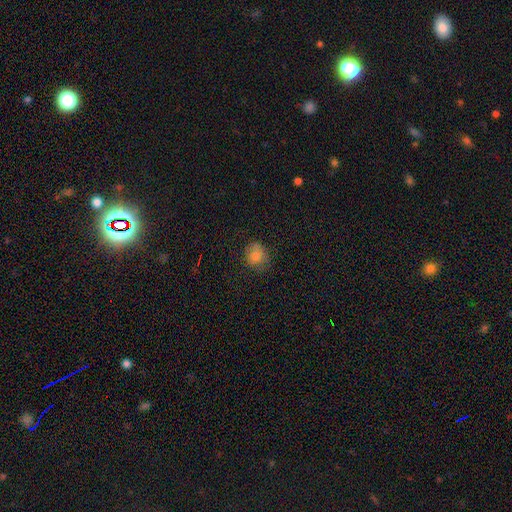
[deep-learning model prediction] smooth 78%, star or artifact 13%, featured or disk 9%. Down the decision tree: how rounded — round (71%); merging — none (70%).